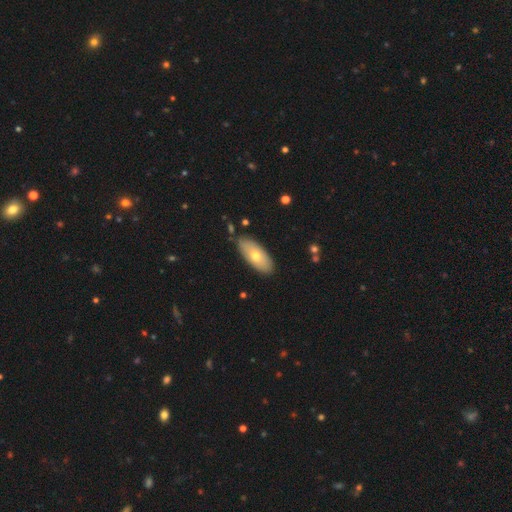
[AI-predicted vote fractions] Smooth or featured: smooth — 65% (featured or disk — 29%)
How rounded: in between — 83% (cigar-shaped — 15%)
Merging: none — 84% (minor disturbance — 12%)